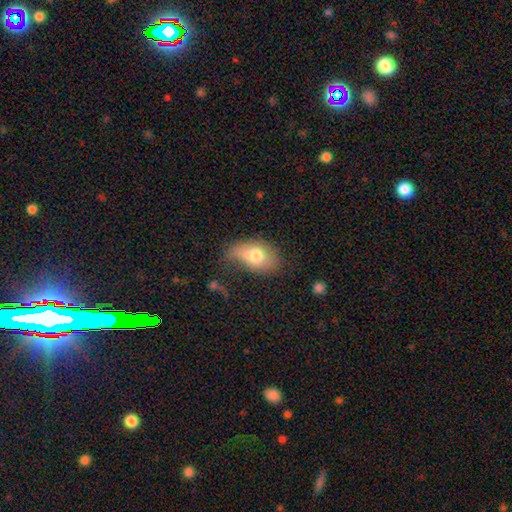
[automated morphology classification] Smooth or featured? smooth (71%)
How rounded? in between (87%)
Merging? none (41%)